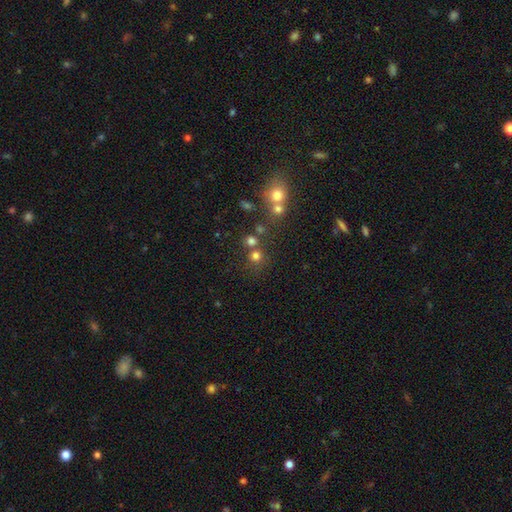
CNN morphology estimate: This appears to be a smooth galaxy with no disk features (72%) that is round (89%). Merging: none (65%).